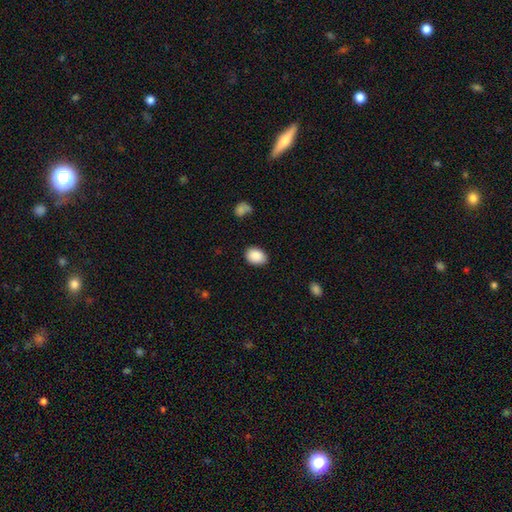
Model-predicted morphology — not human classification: The model was most divided on "how rounded": in between: 76%, round: 23%, cigar-shaped: 1%. More confident: smooth or featured — smooth (89%); merging — none (83%).